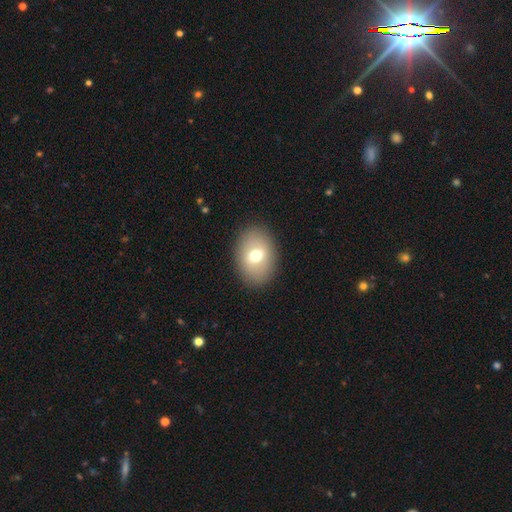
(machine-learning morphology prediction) The model was most divided on "smooth or featured": smooth: 69%, featured or disk: 22%, star or artifact: 9%. More confident: merging — none (88%); how rounded — in between (73%).